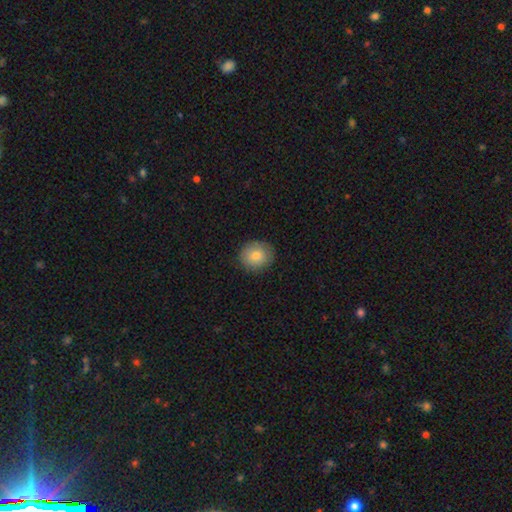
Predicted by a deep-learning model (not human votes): smooth-or-featured: smooth: 81% | featured or disk: 10% | star or artifact: 8%
  how-rounded: round: 82% | in between: 17% | cigar-shaped: 1%
  merging: none: 86% | minor disturbance: 11% | major disturbance: 2% | merger: 1%